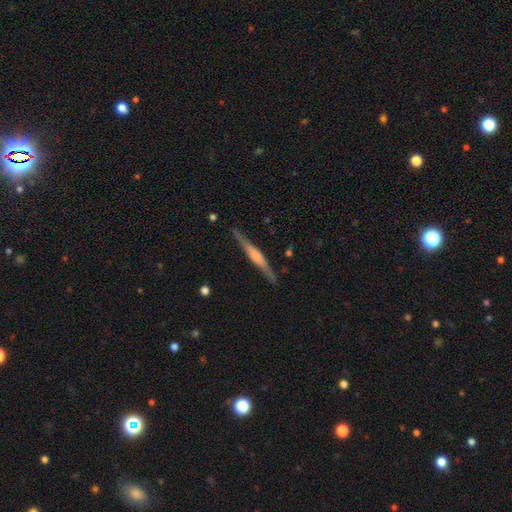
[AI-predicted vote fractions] Q: Smooth or featured?
A: featured or disk (77%); runner-up: smooth (17%)
Q: Edge-on disk?
A: yes (98%); runner-up: no (2%)
Q: Edge-on bulge?
A: rounded (65%); runner-up: boxy (26%)
Q: Merging?
A: none (90%); runner-up: minor disturbance (8%)